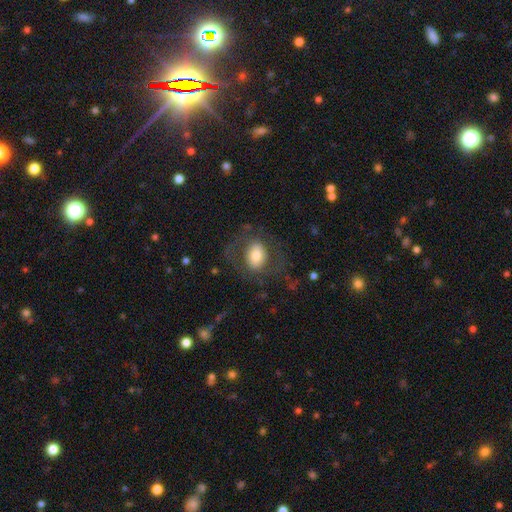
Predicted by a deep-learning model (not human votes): Smooth or featured? smooth (56%)
How rounded? in between (68%)
Merging? none (65%)